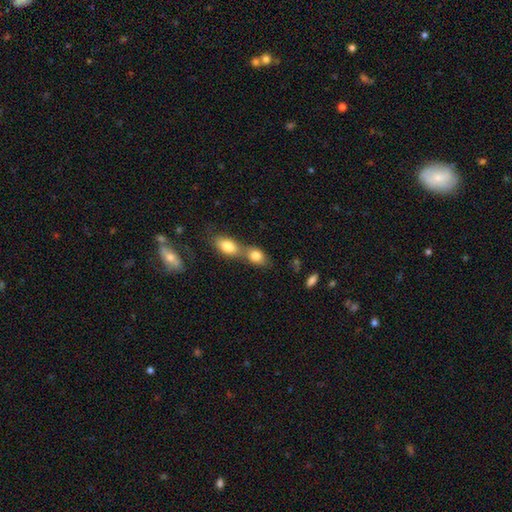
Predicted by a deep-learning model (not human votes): A smooth galaxy with no disk features (81%) that is in between round and cigar-shaped (73%).

Vote fractions:
- Smooth or featured? smooth: 81% / featured or disk: 11% / star or artifact: 8%
- How rounded? in between: 73% / round: 23% / cigar-shaped: 4%
- Merging? merger: 66% / none: 25% / minor disturbance: 6% / major disturbance: 3%